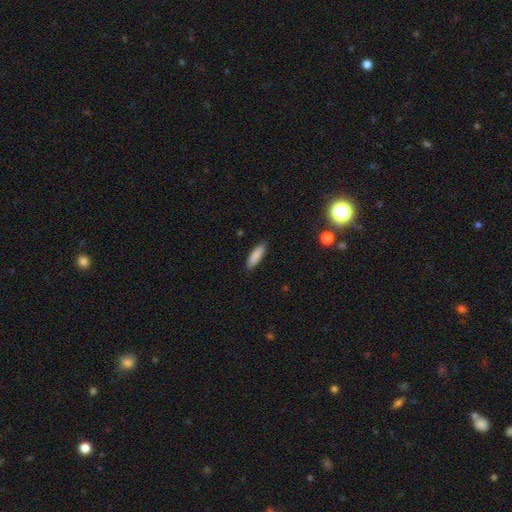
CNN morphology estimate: The model was most divided on "how rounded": cigar-shaped: 58%, in between: 41%, round: 2%. More confident: smooth or featured — smooth (87%); merging — none (87%).